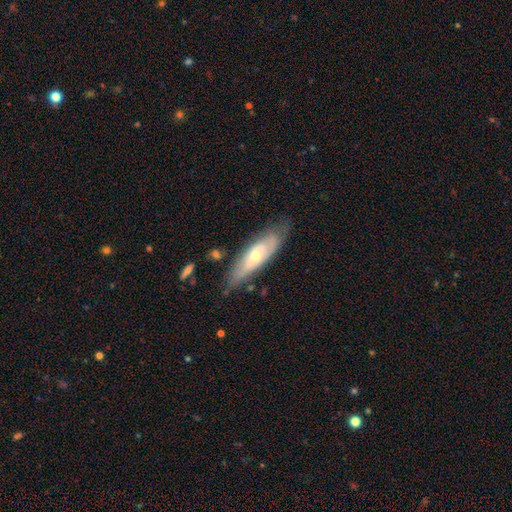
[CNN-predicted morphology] This appears to be a featured or disk galaxy (61%). Merging: none (71%).